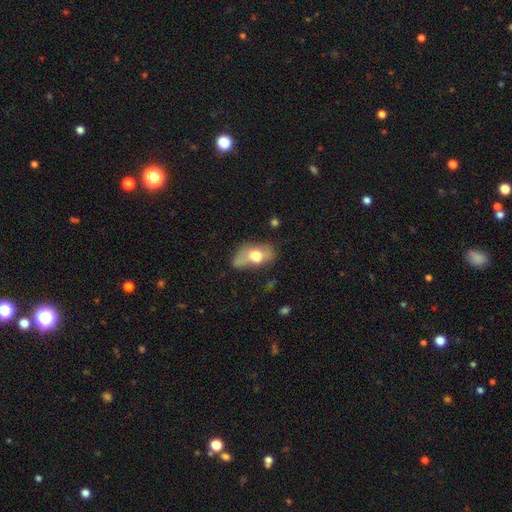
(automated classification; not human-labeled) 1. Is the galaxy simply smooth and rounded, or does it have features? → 56% smooth, 35% featured or disk, 8% star or artifact.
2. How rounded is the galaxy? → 84% in between, 11% round, 5% cigar-shaped.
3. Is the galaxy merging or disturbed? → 38% none, 30% minor disturbance, 22% major disturbance, 10% merger.